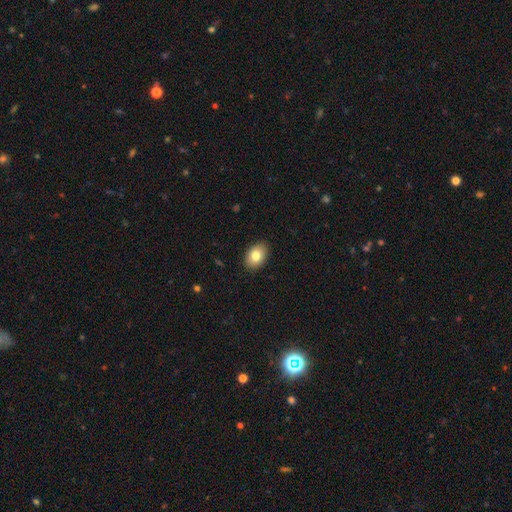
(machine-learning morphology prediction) This is clearly a smooth galaxy (81%). How rounded: clearly in between (83%). Merging: clearly none (89%).